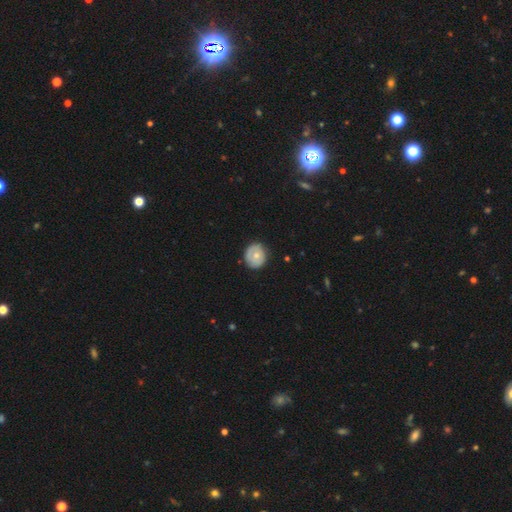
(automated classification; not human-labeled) Smooth or featured?
  - smooth: 60% *
  - featured or disk: 33%
  - star or artifact: 7%
How rounded?
  - round: 80% *
  - in between: 19%
  - cigar-shaped: 1%
Merging?
  - none: 82% *
  - minor disturbance: 14%
  - major disturbance: 3%
  - merger: 1%